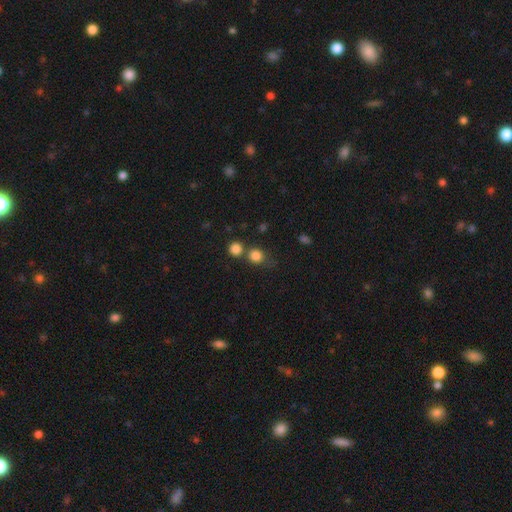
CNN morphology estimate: A smooth galaxy with no disk features (82%) that is round (85%).

Vote fractions:
- Smooth or featured? smooth: 82% / star or artifact: 12% / featured or disk: 5%
- How rounded? round: 85% / in between: 14% / cigar-shaped: 1%
- Merging? none: 59% / merger: 26% / minor disturbance: 11% / major disturbance: 5%